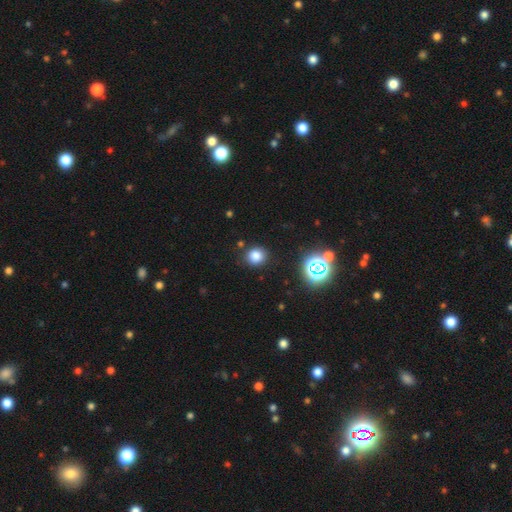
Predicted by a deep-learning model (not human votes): The model was most divided on "smooth or featured": smooth: 79%, star or artifact: 16%, featured or disk: 5%. More confident: merging — none (87%); how rounded — round (82%).